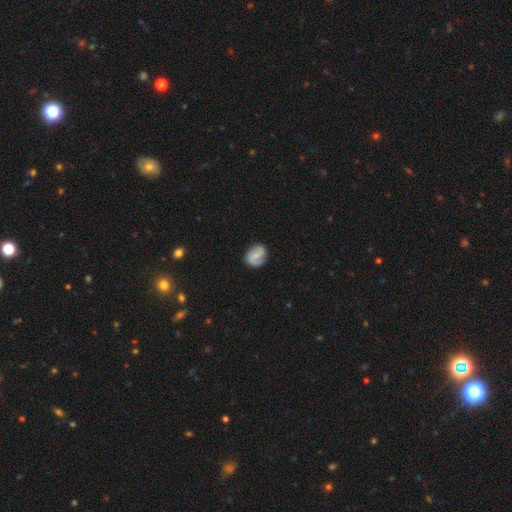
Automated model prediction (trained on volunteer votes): Smooth or featured? Predicted: featured or disk (p=0.64). Edge-on disk? Predicted: no (p=0.98). Bar? Predicted: weak (p=0.48). Spiral arms? Predicted: yes (p=0.89). Spiral winding? Predicted: medium (p=0.45). Spiral arm count? Predicted: 2 (p=0.83). Bulge size? Predicted: small (p=0.53). Merging? Predicted: none (p=0.78).